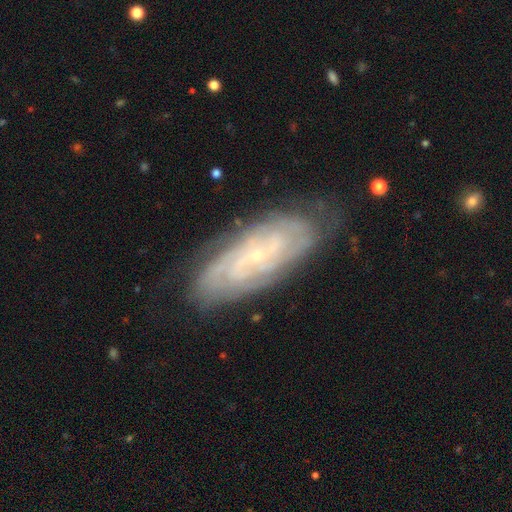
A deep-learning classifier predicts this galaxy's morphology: Smooth or featured?
  - featured or disk: 81% *
  - smooth: 12%
  - star or artifact: 7%
Edge-on disk?
  - no: 91% *
  - yes: 9%
Bar?
  - no: 62% *
  - weak: 30%
  - strong: 8%
Spiral arms?
  - yes: 94% *
  - no: 6%
Spiral winding?
  - tight: 71% *
  - medium: 23%
  - loose: 5%
Spiral arm count?
  - can't tell: 43% *
  - 2: 17%
  - 4: 15%
  - 3: 13%
  - more than 4: 7%
  - 1: 5%
Bulge size?
  - small: 84% *
  - moderate: 11%
  - none: 3%
  - large: 1%
  - dominant: 1%
Merging?
  - none: 79% *
  - minor disturbance: 15%
  - major disturbance: 4%
  - merger: 2%